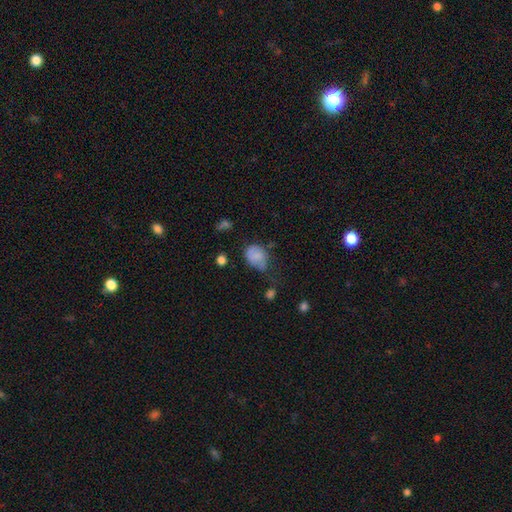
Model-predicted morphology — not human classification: This is likely a smooth galaxy (77%). How rounded: likely in between (65%). Merging: marginally minor disturbance (40%).